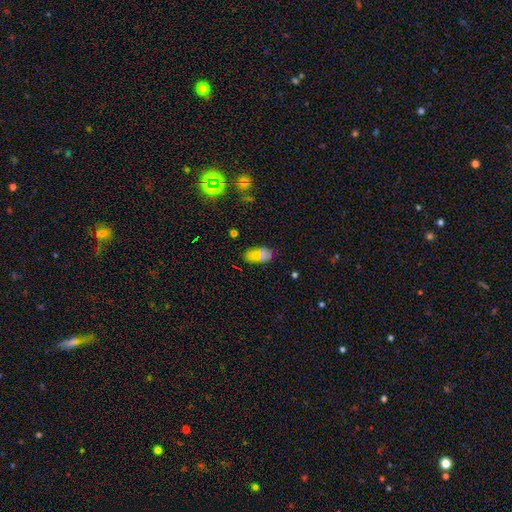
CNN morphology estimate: Q: Smooth or featured?
A: smooth (66%); runner-up: star or artifact (25%)
Q: How rounded?
A: in between (92%); runner-up: round (5%)
Q: Merging?
A: none (79%); runner-up: minor disturbance (14%)